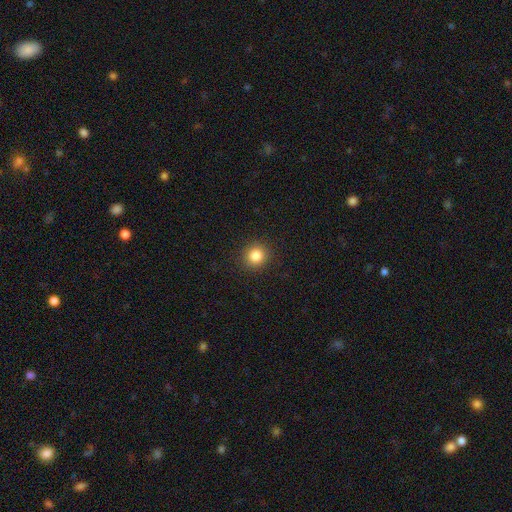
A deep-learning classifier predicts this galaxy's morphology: Q: Smooth or featured?
A: smooth (84%); runner-up: star or artifact (12%)
Q: How rounded?
A: round (91%); runner-up: in between (8%)
Q: Merging?
A: none (92%); runner-up: minor disturbance (5%)